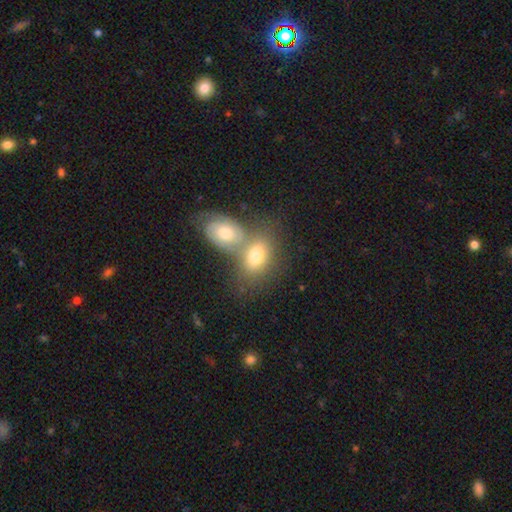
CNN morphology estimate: smooth 64%, featured or disk 27%, star or artifact 8%. Down the decision tree: how rounded — in between (87%); merging — merger (56%).